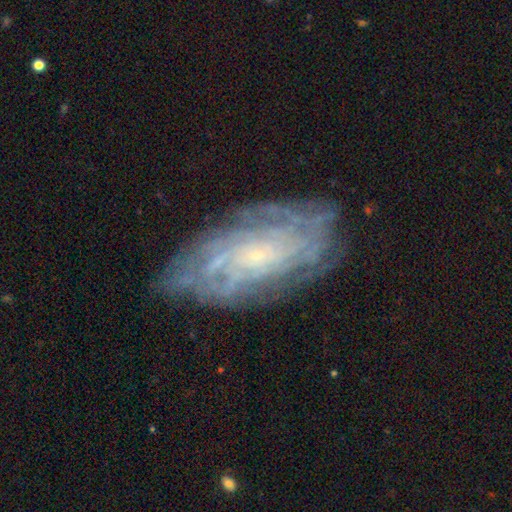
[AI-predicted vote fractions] This is likely a featured or disk galaxy (78%). It is clearly not viewed edge-on (92%). Bar: likely no (73%). Spiral arm pattern: clearly yes (89%). Spiral arm count: possibly can't tell (52%). Spiral winding: likely tight (71%). Central bulge: clearly small (82%). Merging: likely none (76%).